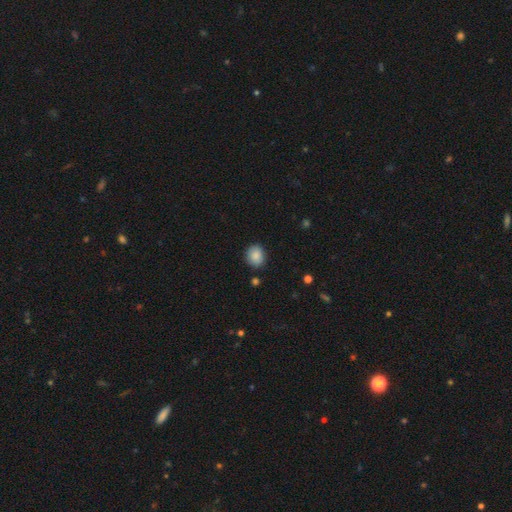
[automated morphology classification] Smooth or featured?
  - smooth: 87% *
  - star or artifact: 8%
  - featured or disk: 5%
How rounded?
  - round: 67% *
  - in between: 32%
  - cigar-shaped: 1%
Merging?
  - none: 85% *
  - minor disturbance: 11%
  - major disturbance: 2%
  - merger: 2%